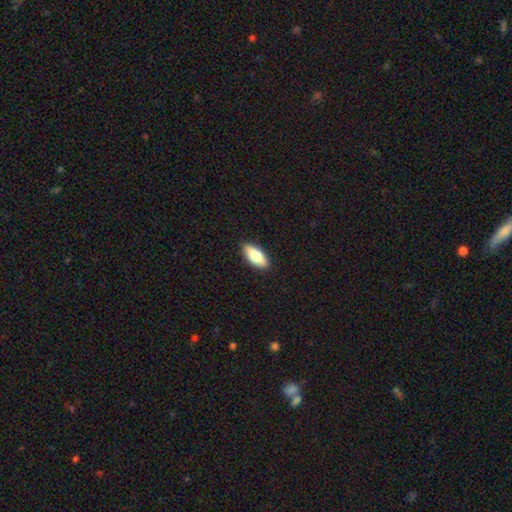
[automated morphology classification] type=smooth (78%); roundness=in between (79%); merging=none (90%).